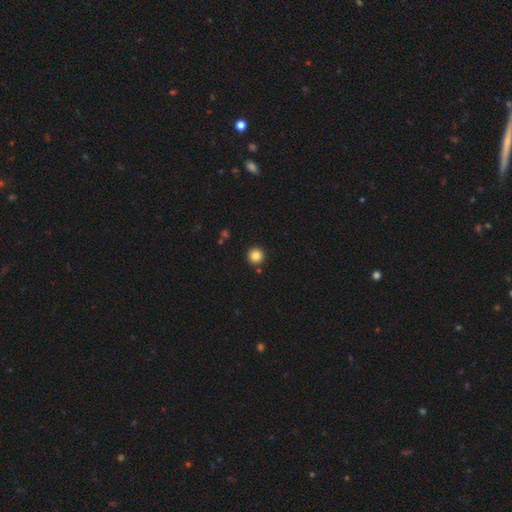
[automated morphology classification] The model was most divided on "smooth or featured": smooth: 84%, star or artifact: 11%, featured or disk: 6%. More confident: how rounded — round (96%); merging — none (90%).